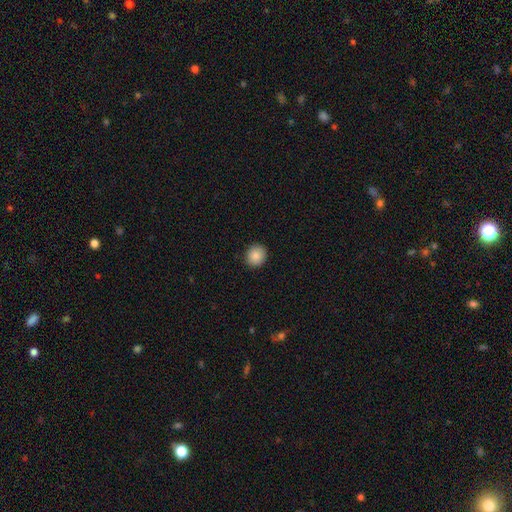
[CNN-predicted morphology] smooth-or-featured: smooth: 86% | star or artifact: 9% | featured or disk: 5%
  how-rounded: round: 80% | in between: 20% | cigar-shaped: 1%
  merging: none: 90% | minor disturbance: 7% | major disturbance: 2% | merger: 1%